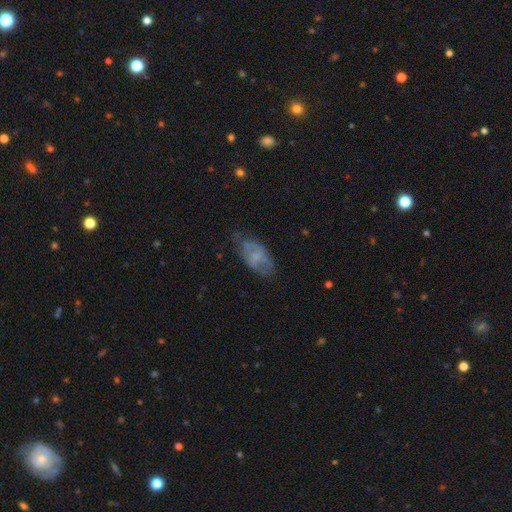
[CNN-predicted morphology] smooth-or-featured: smooth: 47% | featured or disk: 44% | star or artifact: 9%
  merging: none: 55% | minor disturbance: 29% | major disturbance: 14% | merger: 2%